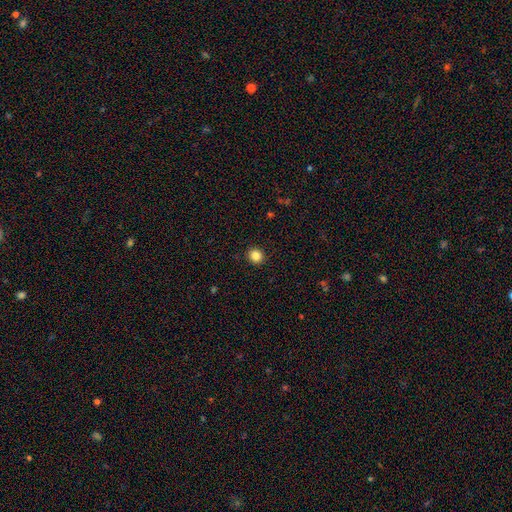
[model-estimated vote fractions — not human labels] smooth 85%, star or artifact 11%, featured or disk 4%. Down the decision tree: how rounded — round (88%); merging — none (92%).